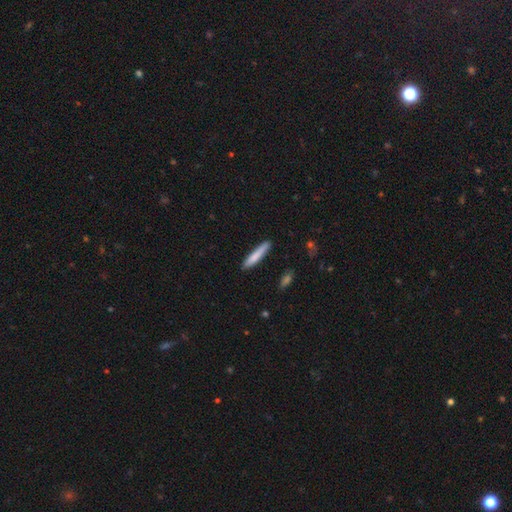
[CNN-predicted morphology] type=smooth (80%); roundness=cigar-shaped (91%); merging=none (87%).